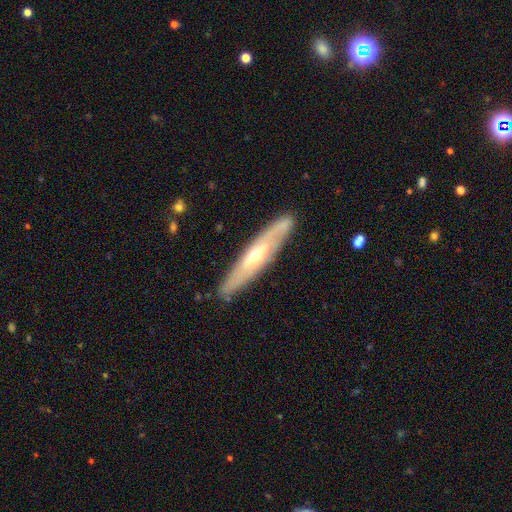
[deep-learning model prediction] Smooth or featured? Predicted: featured or disk (p=0.69). Edge-on disk? Predicted: yes (p=0.60). Merging? Predicted: none (p=0.85).